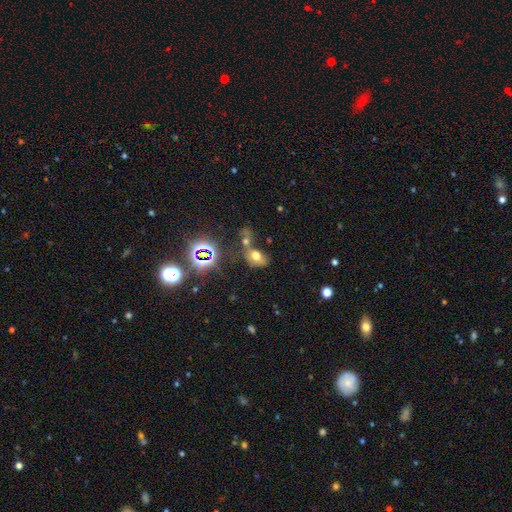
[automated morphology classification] A smooth galaxy with no disk features (59%) that is in between round and cigar-shaped (79%). Merging: none (38%).